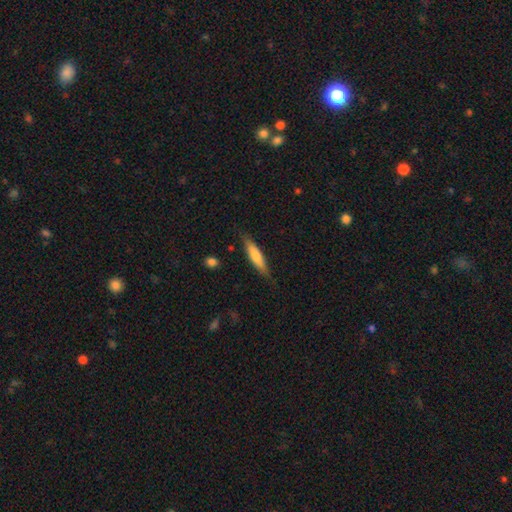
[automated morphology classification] Q: Smooth or featured?
A: smooth (69%); runner-up: featured or disk (25%)
Q: How rounded?
A: cigar-shaped (78%); runner-up: in between (20%)
Q: Merging?
A: none (80%); runner-up: minor disturbance (15%)